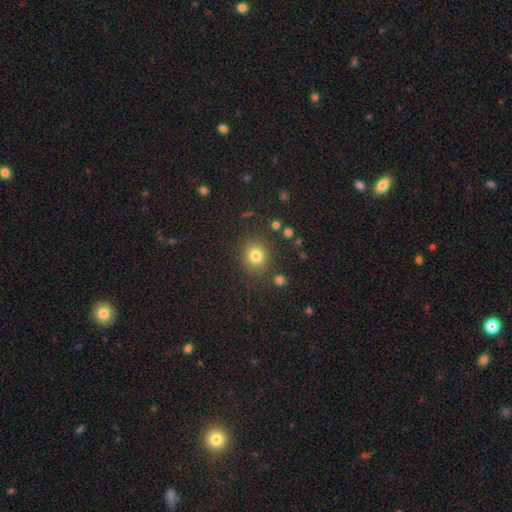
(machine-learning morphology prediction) Smooth or featured? Predicted: smooth (p=0.79). How rounded? Predicted: round (p=0.84). Merging? Predicted: none (p=0.83).